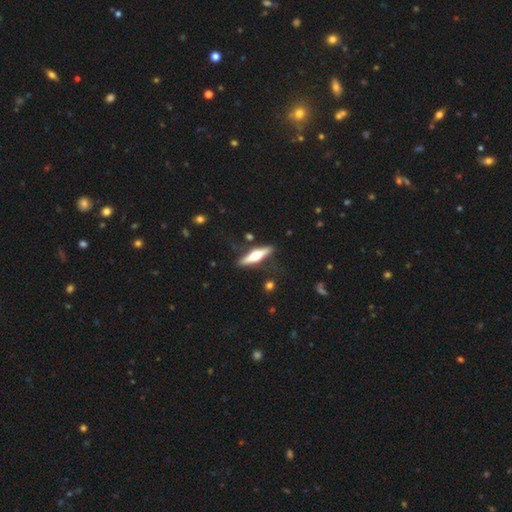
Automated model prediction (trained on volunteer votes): Smooth or featured? featured or disk (64%)
Edge-on disk? yes (95%)
Edge-on bulge? rounded (95%)
Merging? none (85%)